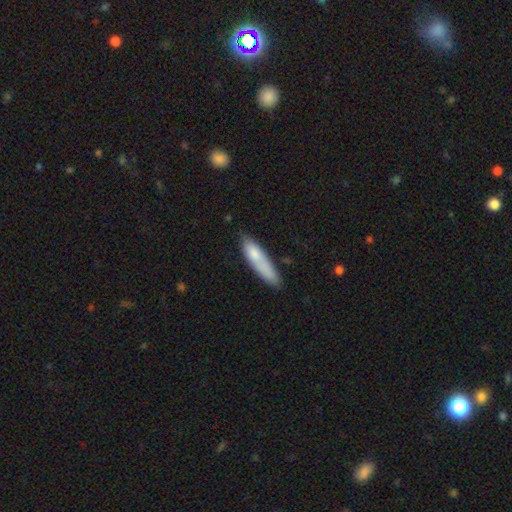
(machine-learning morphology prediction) Overall: smooth (74%). How rounded: cigar-shaped (76%). Merging: none (63%; minor disturbance 26%).